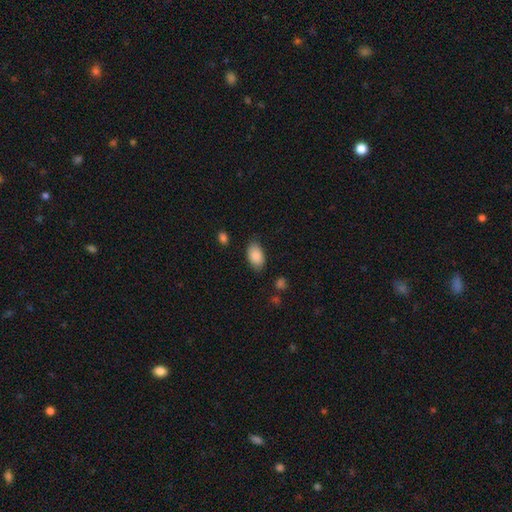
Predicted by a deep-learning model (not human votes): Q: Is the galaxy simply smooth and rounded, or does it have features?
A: smooth — 89%.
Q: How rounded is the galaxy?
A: in between — 93%.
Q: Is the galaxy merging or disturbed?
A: none — 81%.